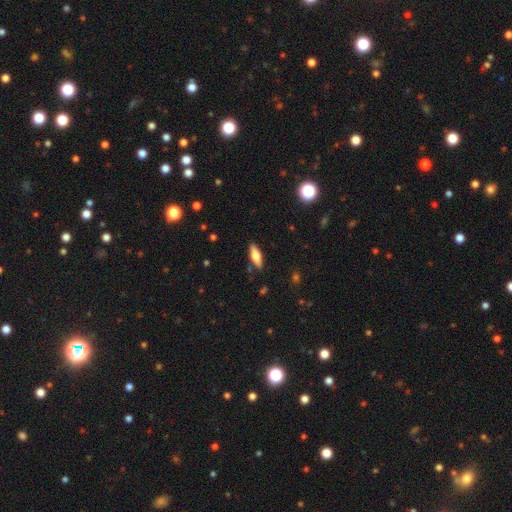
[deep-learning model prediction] This appears to be a smooth galaxy with no disk features (57%) that is in between round and cigar-shaped (55%). Merging: none (87%).